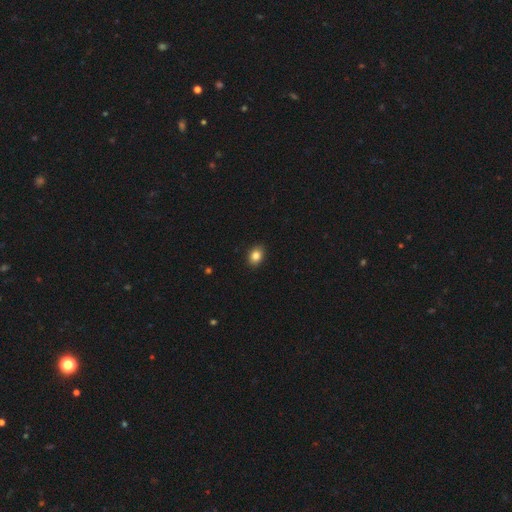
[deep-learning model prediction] This is clearly a smooth galaxy (85%). How rounded: likely in between (63%). Merging: clearly none (90%).